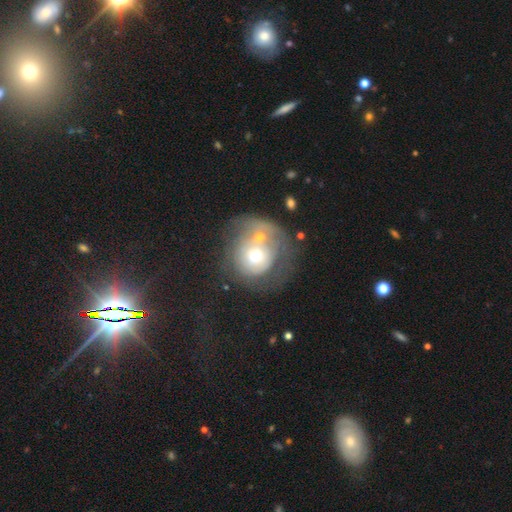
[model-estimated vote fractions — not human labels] This appears to be a smooth galaxy with no disk features (46%). Merging: merger (41%).